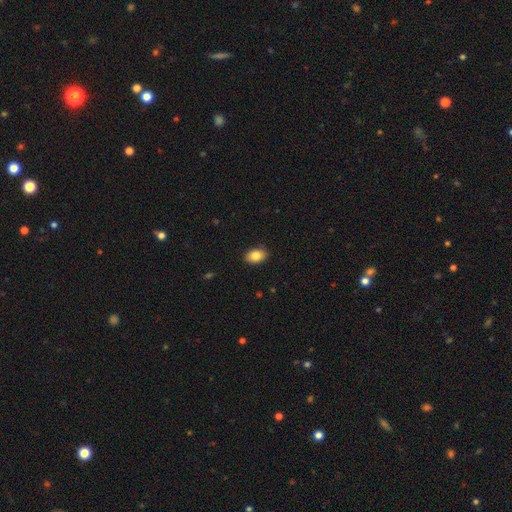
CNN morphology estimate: Smooth or featured? Predicted: smooth (p=0.84). How rounded? Predicted: in between (p=0.85). Merging? Predicted: none (p=0.88).